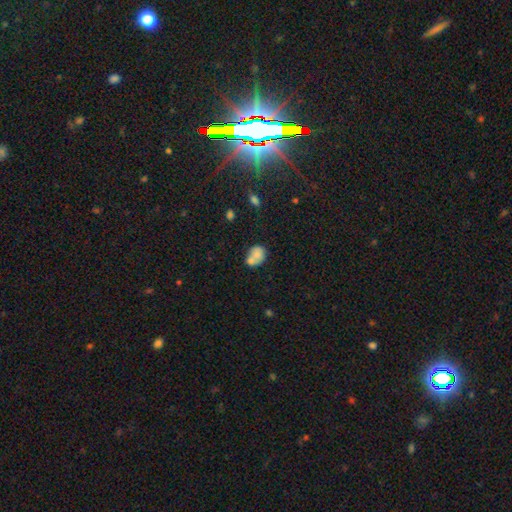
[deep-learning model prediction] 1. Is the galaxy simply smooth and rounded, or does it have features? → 75% smooth, 15% featured or disk, 9% star or artifact.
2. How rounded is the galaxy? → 56% in between, 43% round, 1% cigar-shaped.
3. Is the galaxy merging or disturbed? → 43% merger, 36% none, 15% minor disturbance, 6% major disturbance.